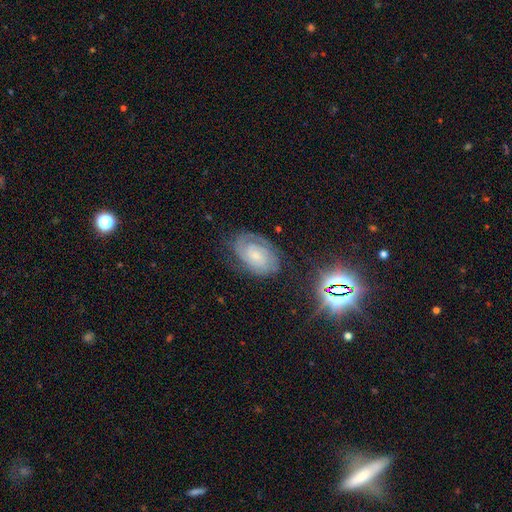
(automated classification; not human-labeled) Smooth or featured? featured or disk (75%)
Edge-on disk? no (97%)
Bar? no (57%)
Spiral arms? yes (95%)
Spiral winding? tight (68%)
Spiral arm count? 2 (54%)
Bulge size? small (62%)
Merging? none (74%)